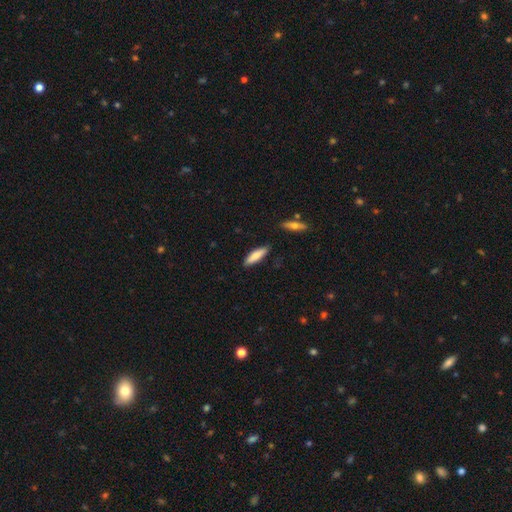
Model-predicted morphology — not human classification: smooth-or-featured: smooth: 78% | featured or disk: 16% | star or artifact: 6%
  how-rounded: cigar-shaped: 63% | in between: 35% | round: 2%
  merging: none: 85% | minor disturbance: 11% | merger: 2% | major disturbance: 2%